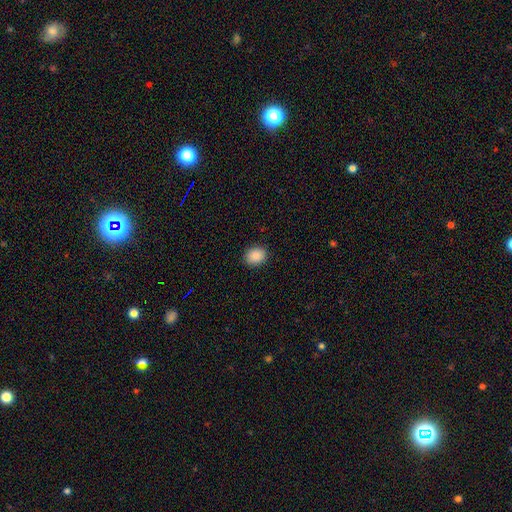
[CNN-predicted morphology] The model was most divided on "how rounded": round: 53%, in between: 46%, cigar-shaped: 1%. More confident: merging — none (90%); smooth or featured — smooth (89%).